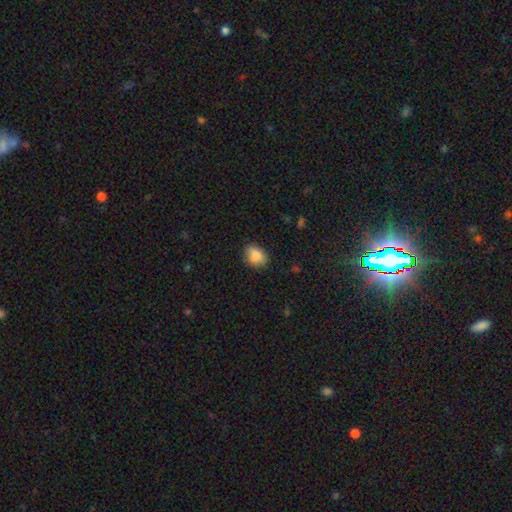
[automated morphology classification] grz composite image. It shows a smooth galaxy with no disk features (84%) that is in between round and cigar-shaped (60%). Merging: none (74%).